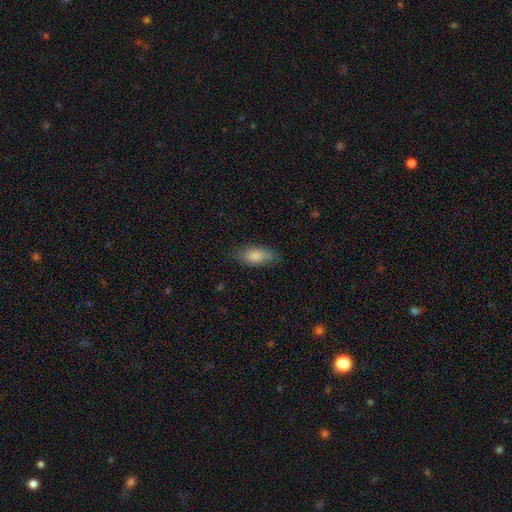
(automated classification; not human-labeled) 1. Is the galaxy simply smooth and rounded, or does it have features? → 82% smooth, 11% featured or disk, 7% star or artifact.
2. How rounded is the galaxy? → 87% in between, 10% cigar-shaped, 3% round.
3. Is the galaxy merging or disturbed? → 74% none, 20% minor disturbance, 5% major disturbance, 1% merger.